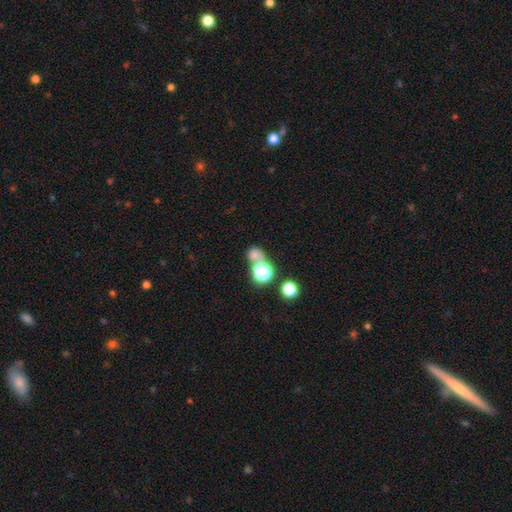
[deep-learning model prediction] Smooth or featured? Predicted: smooth (p=0.65). How rounded? Predicted: round (p=0.75). Merging? Predicted: none (p=0.46).